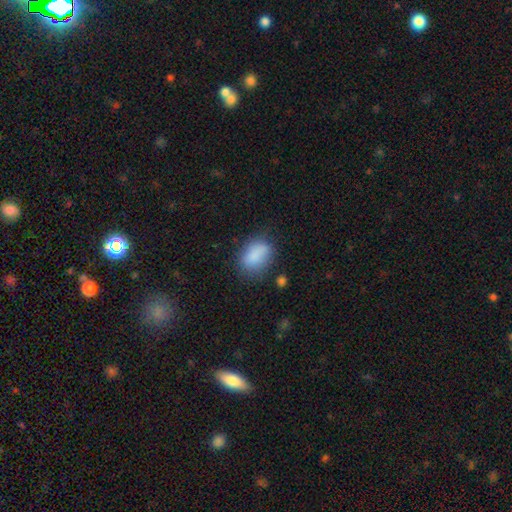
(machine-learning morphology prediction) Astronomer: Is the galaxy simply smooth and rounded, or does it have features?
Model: smooth — 84%.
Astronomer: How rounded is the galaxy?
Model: in between — 76%.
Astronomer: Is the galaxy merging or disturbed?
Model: none — 66%.